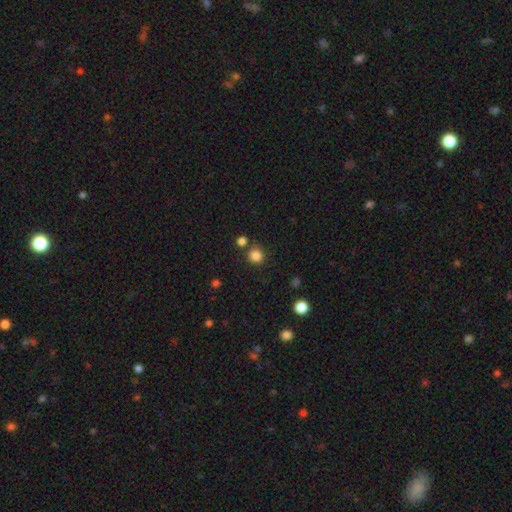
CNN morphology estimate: Smooth or featured? Predicted: smooth (p=0.84). How rounded? Predicted: round (p=0.90). Merging? Predicted: none (p=0.77).